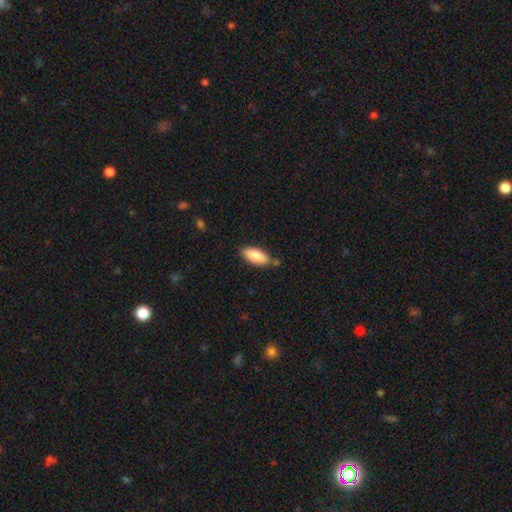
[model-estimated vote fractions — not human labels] Smooth or featured?
  - smooth: 85% *
  - featured or disk: 9%
  - star or artifact: 6%
How rounded?
  - in between: 80% *
  - cigar-shaped: 18%
  - round: 2%
Merging?
  - none: 76% *
  - minor disturbance: 16%
  - merger: 5%
  - major disturbance: 3%